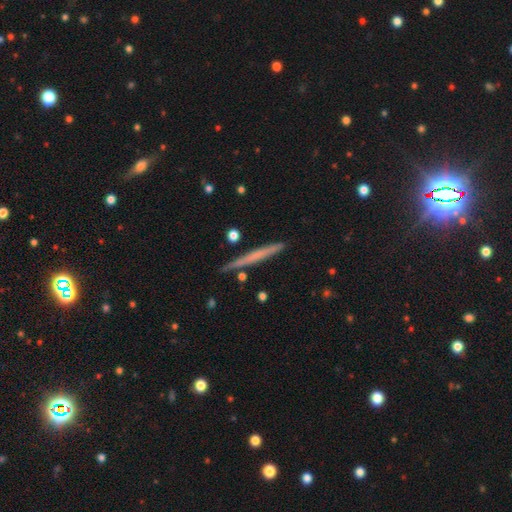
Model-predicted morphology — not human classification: A smooth galaxy with no disk features (50%) that is cigar-shaped (96%).

Vote fractions:
- Smooth or featured? smooth: 50% / featured or disk: 43% / star or artifact: 6%
- How rounded? cigar-shaped: 96% / in between: 2% / round: 2%
- Merging? none: 87% / minor disturbance: 9% / merger: 2% / major disturbance: 2%